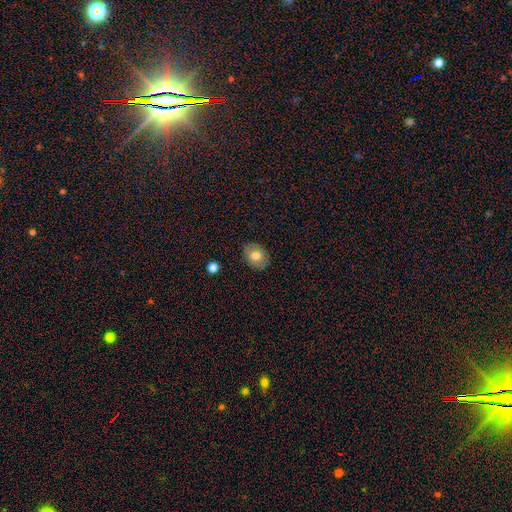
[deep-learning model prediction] smooth 74%, featured or disk 18%, star or artifact 8%. Down the decision tree: how rounded — in between (65%); merging — none (85%).